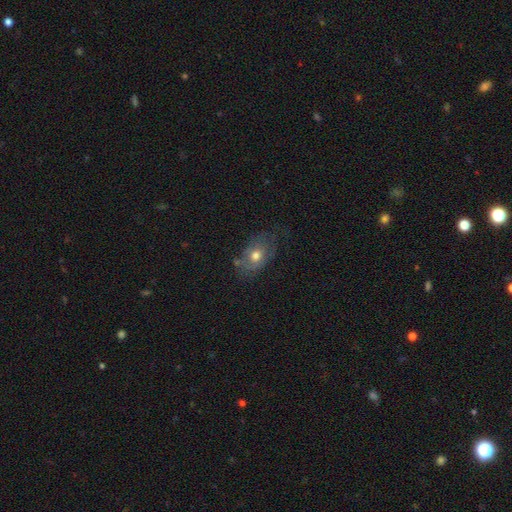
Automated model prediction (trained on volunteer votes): Morphology: type=smooth (57%); roundness=in between (79%); merging=none (54%).